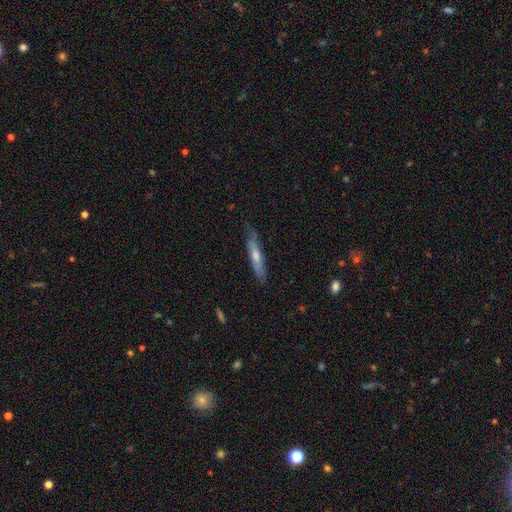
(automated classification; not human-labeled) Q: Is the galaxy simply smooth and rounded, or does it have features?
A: featured or disk — 54%.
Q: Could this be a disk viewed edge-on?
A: yes — 81%.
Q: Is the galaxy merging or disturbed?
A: none — 76%.